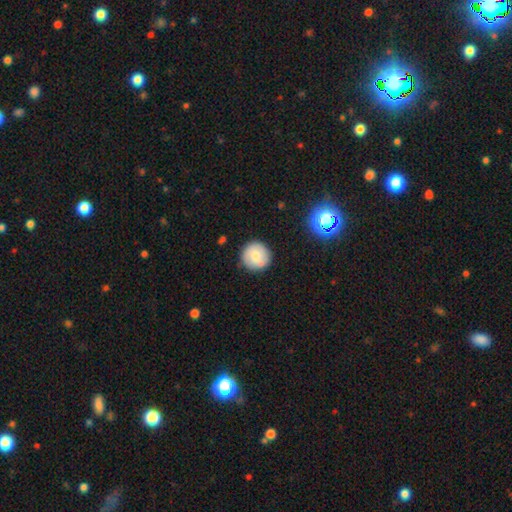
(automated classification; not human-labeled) smooth_or_featured: smooth (p=0.71) [alt: featured or disk p=0.21]
how_rounded: round (p=0.95) [alt: in between p=0.04]
merging: none (p=0.86) [alt: minor disturbance p=0.10]